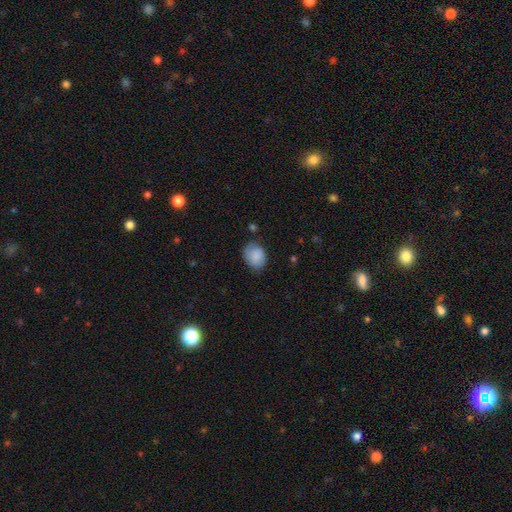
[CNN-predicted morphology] smooth_or_featured: smooth (p=0.81) [alt: featured or disk p=0.12]
how_rounded: in between (p=0.60) [alt: round p=0.39]
merging: none (p=0.64) [alt: minor disturbance p=0.27]